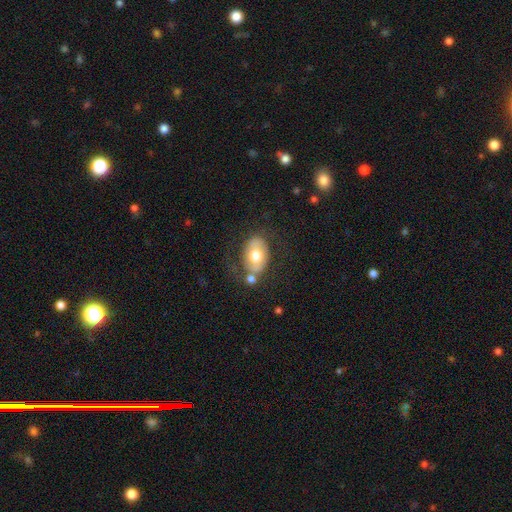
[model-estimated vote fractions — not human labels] Q: Smooth or featured?
A: smooth (53%); runner-up: featured or disk (40%)
Q: How rounded?
A: in between (83%); runner-up: round (16%)
Q: Merging?
A: none (61%); runner-up: minor disturbance (18%)